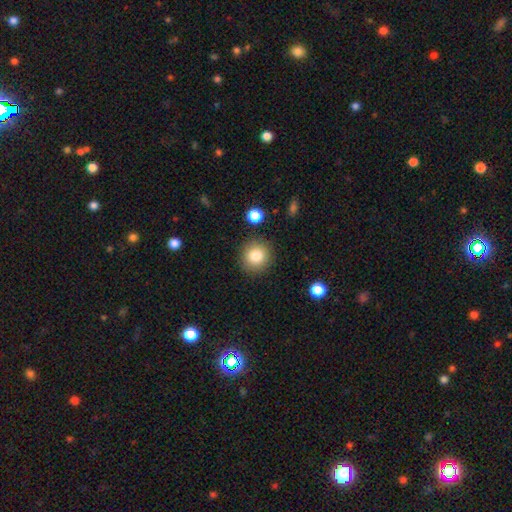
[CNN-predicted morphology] Q: Smooth or featured?
A: smooth (83%); runner-up: star or artifact (10%)
Q: How rounded?
A: round (91%); runner-up: in between (8%)
Q: Merging?
A: none (88%); runner-up: minor disturbance (7%)